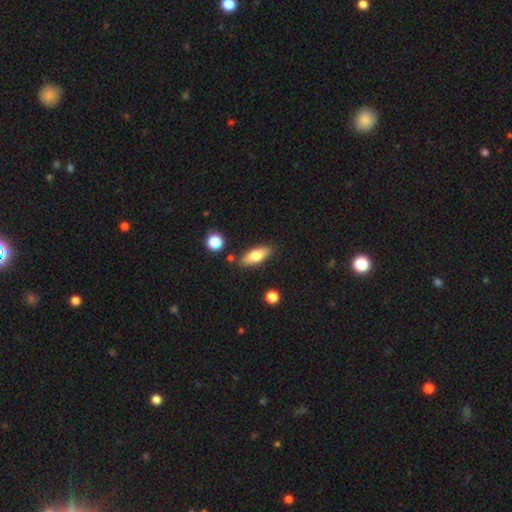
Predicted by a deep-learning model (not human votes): A smooth galaxy with no disk features (71%) that is in between round and cigar-shaped (71%). Merging: none (82%).